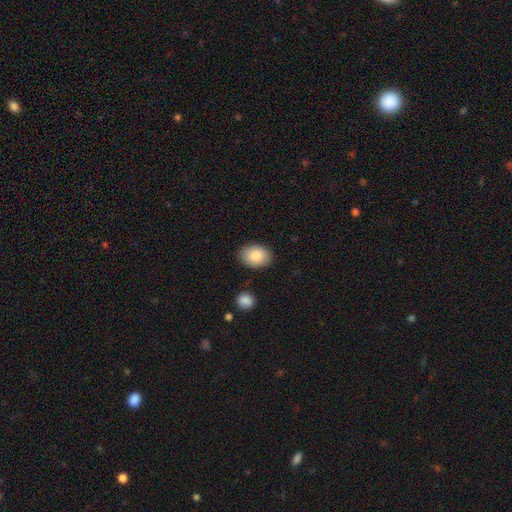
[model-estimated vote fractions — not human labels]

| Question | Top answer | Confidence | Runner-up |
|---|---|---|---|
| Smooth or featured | smooth | 87% | featured or disk (7%) |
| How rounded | in between | 79% | round (20%) |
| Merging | none | 86% | minor disturbance (10%) |